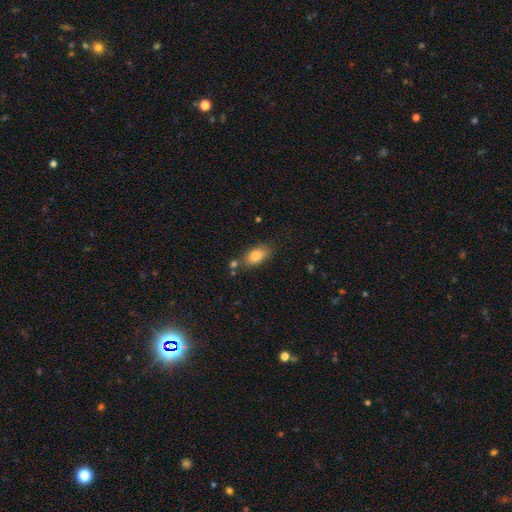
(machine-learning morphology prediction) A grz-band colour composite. It shows a smooth galaxy with no disk features (80%) that is in between round and cigar-shaped (88%). Merging: none (71%).